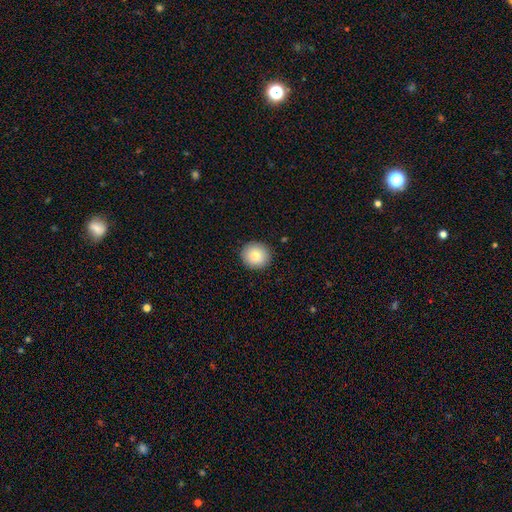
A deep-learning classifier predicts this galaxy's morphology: Smooth or featured?
  - smooth: 82% *
  - featured or disk: 9%
  - star or artifact: 9%
How rounded?
  - round: 91% *
  - in between: 8%
  - cigar-shaped: 1%
Merging?
  - none: 91% *
  - minor disturbance: 6%
  - major disturbance: 2%
  - merger: 1%